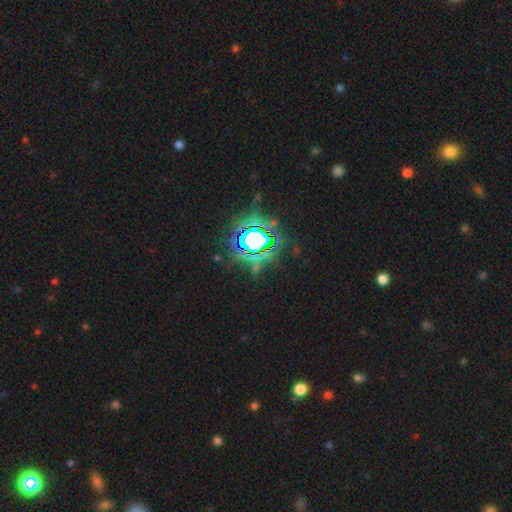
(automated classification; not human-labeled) star or artifact 83%, smooth 10%, featured or disk 6%.